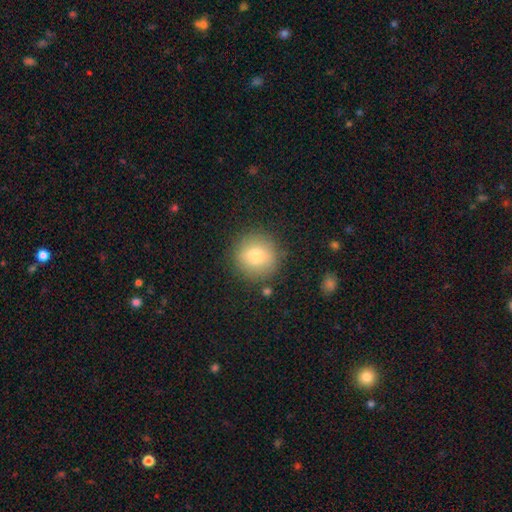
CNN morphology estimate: Overall: smooth (78%). How rounded: round (95%). Merging: none (87%).